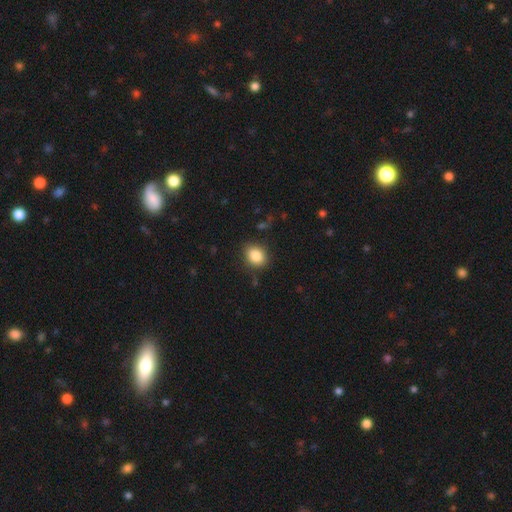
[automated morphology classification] This appears to be a smooth galaxy with no disk features (85%) that is in between round and cigar-shaped (52%). Merging: none (85%).